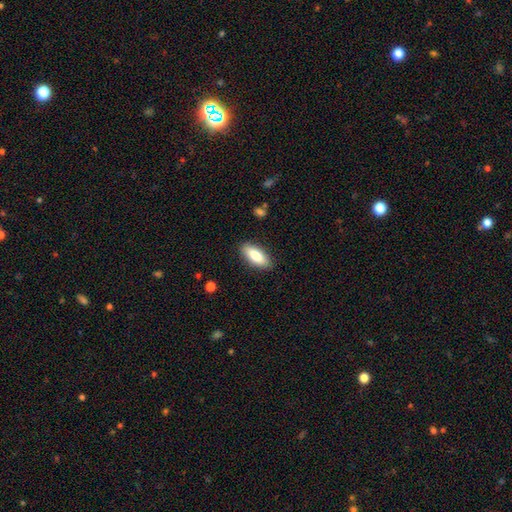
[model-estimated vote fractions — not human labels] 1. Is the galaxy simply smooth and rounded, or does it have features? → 84% smooth, 10% featured or disk, 6% star or artifact.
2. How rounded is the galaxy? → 81% in between, 17% cigar-shaped, 2% round.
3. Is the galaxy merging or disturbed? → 87% none, 9% minor disturbance, 2% major disturbance, 1% merger.